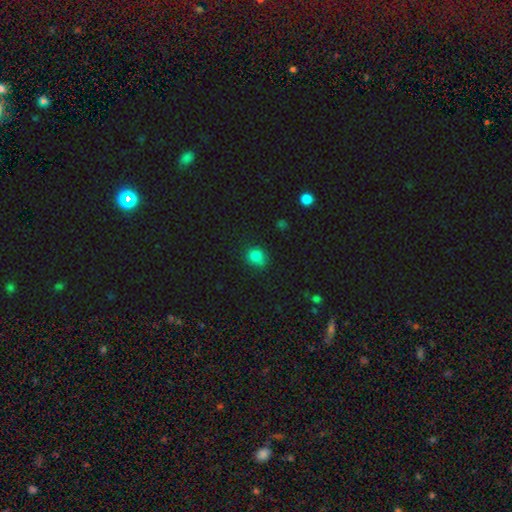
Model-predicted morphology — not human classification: Overall: smooth (82%). How rounded: round (73%). Merging: none (70%).